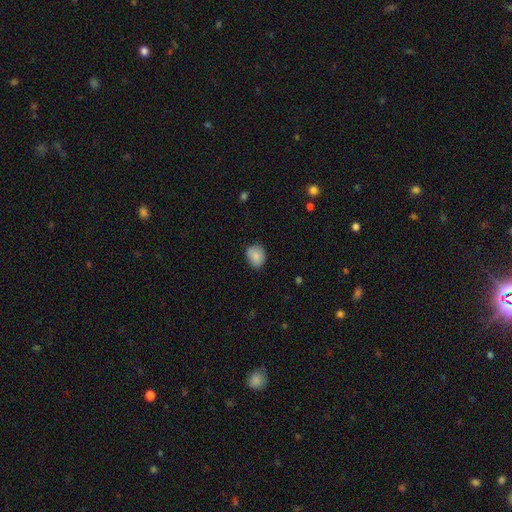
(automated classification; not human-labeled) Smooth or featured: smooth — 84% (featured or disk — 8%)
How rounded: round — 55% (in between — 44%)
Merging: none — 75% (minor disturbance — 20%)